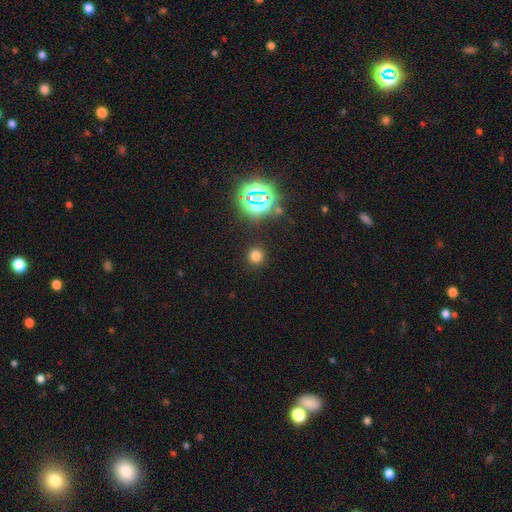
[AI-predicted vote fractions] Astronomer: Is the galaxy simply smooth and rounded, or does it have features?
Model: smooth — 71%.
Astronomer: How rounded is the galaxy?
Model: round — 93%.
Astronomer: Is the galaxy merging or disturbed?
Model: none — 90%.